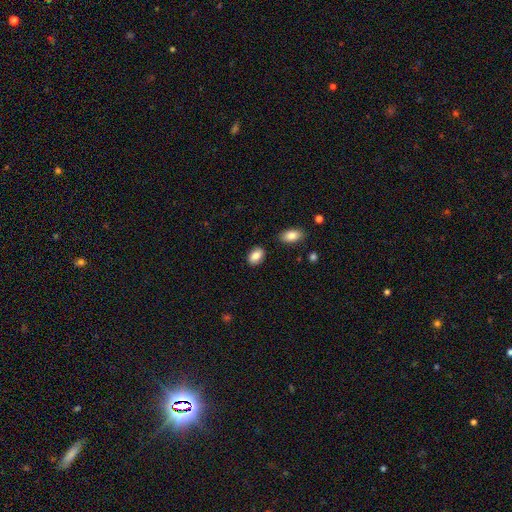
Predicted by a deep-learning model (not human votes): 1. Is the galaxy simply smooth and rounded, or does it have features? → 85% smooth, 8% featured or disk, 7% star or artifact.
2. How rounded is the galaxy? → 88% in between, 11% round, 1% cigar-shaped.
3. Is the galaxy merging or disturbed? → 86% none, 9% minor disturbance, 3% merger, 2% major disturbance.